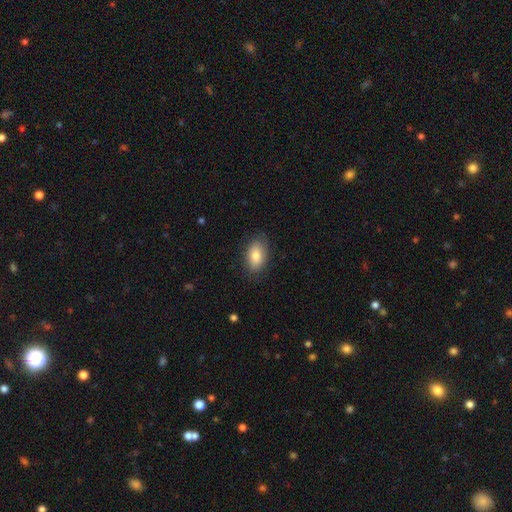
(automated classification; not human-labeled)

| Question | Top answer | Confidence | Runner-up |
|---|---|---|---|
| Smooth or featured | smooth | 80% | featured or disk (14%) |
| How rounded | in between | 92% | round (5%) |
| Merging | none | 82% | minor disturbance (14%) |